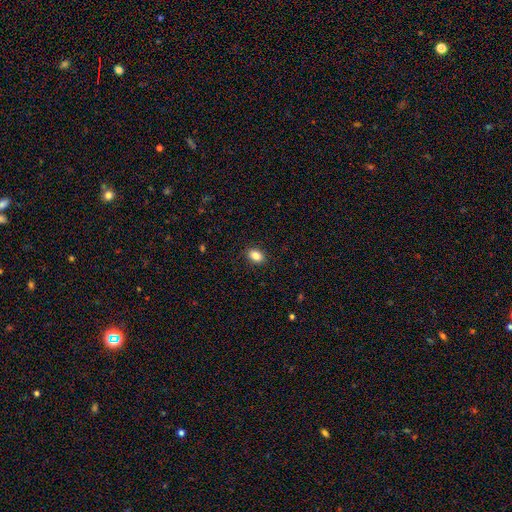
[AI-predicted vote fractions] Smooth or featured? smooth (86%)
How rounded? in between (81%)
Merging? none (89%)